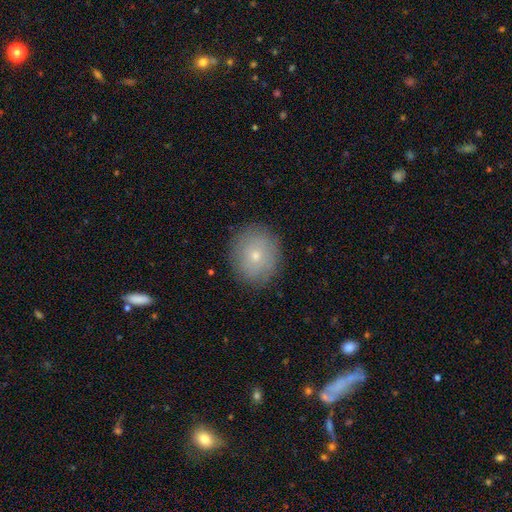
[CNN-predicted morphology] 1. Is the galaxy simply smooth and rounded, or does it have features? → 69% smooth, 21% featured or disk, 10% star or artifact.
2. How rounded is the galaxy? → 80% round, 19% in between, 1% cigar-shaped.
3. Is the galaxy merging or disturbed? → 87% none, 10% minor disturbance, 3% major disturbance, 1% merger.